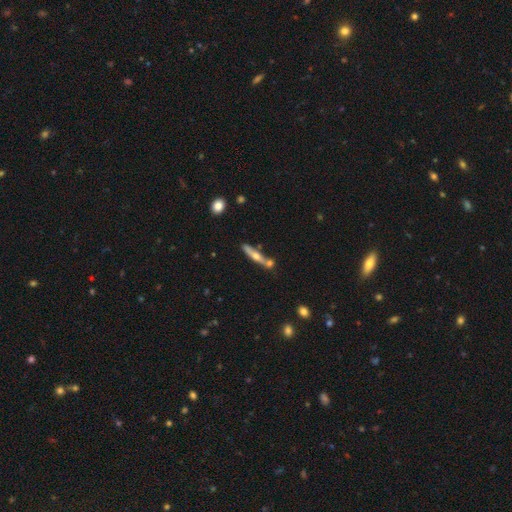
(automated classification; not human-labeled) The model was most divided on "smooth or featured": featured or disk: 57%, smooth: 37%, star or artifact: 7%. More confident: edge-on disk — yes (92%); edge-on bulge — rounded (88%); merging — none (63%).